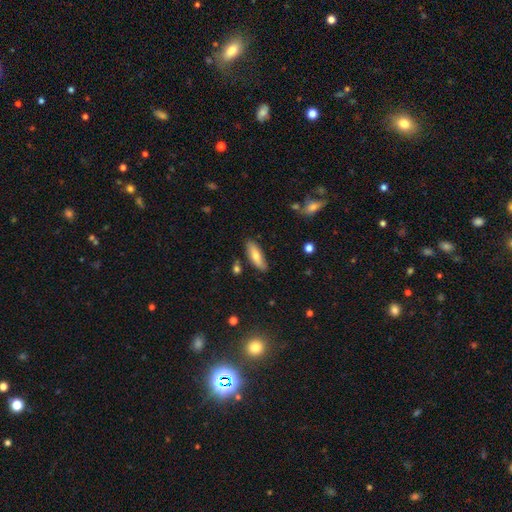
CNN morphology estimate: A smooth galaxy with no disk features (71%) that is in between round and cigar-shaped (57%). Merging: none (82%).